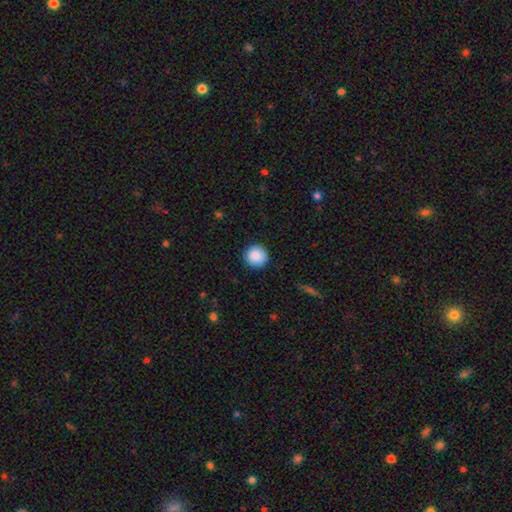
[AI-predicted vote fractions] The model was most divided on "smooth or featured": smooth: 89%, star or artifact: 8%, featured or disk: 3%. More confident: how rounded — round (95%); merging — none (91%).